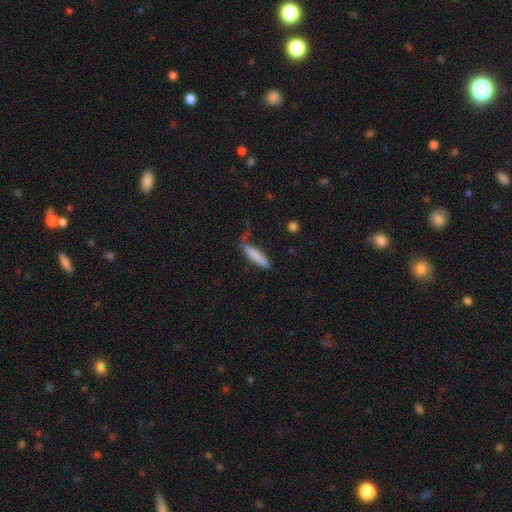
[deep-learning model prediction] Morphology: type=smooth (81%); roundness=cigar-shaped (79%); merging=none (49%).